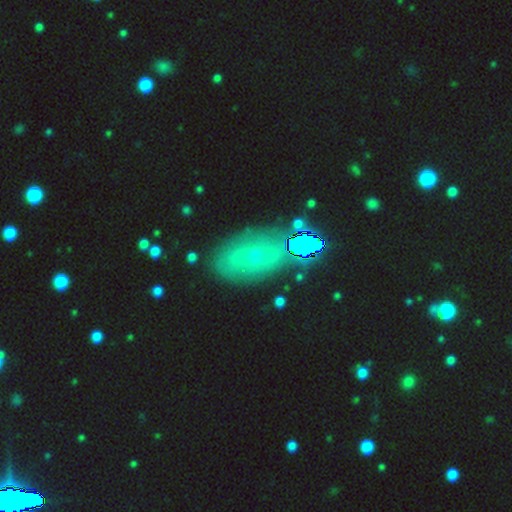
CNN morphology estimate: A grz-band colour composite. It shows a featured or disk galaxy (40%). Merging: none (76%).